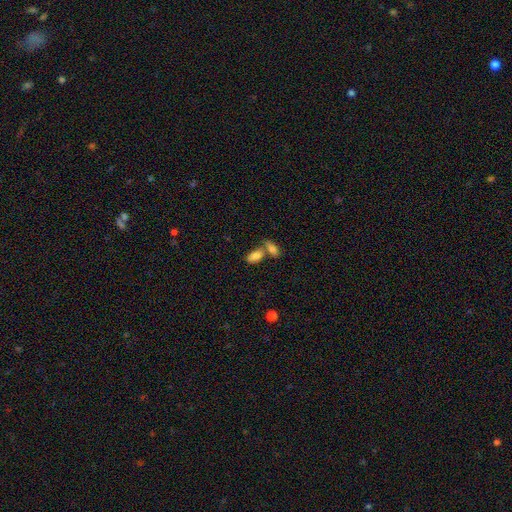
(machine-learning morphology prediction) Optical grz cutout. It shows a smooth galaxy with no disk features (80%) that is in between round and cigar-shaped (91%). Merging: merger (48%).